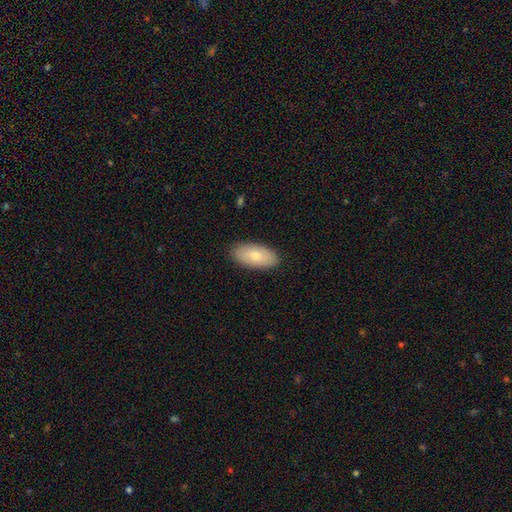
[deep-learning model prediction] The model was most divided on "smooth or featured": smooth: 76%, featured or disk: 18%, star or artifact: 6%. More confident: how rounded — in between (93%); merging — none (88%).